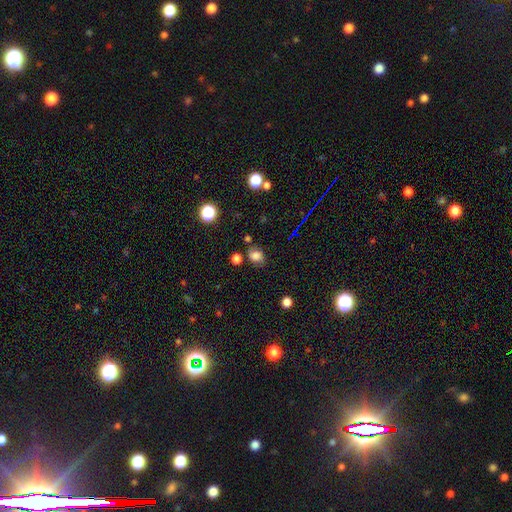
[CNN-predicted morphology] This appears to be a smooth galaxy with no disk features (76%) that is round (51%). Merging: none (73%).